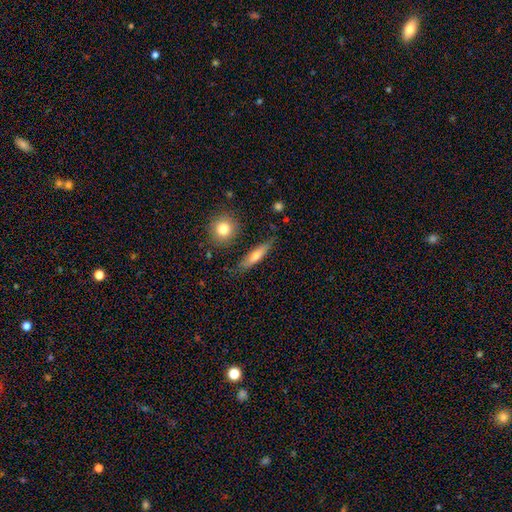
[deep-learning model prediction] Morphology: type=smooth (54%); roundness=cigar-shaped (77%); merging=none (79%).